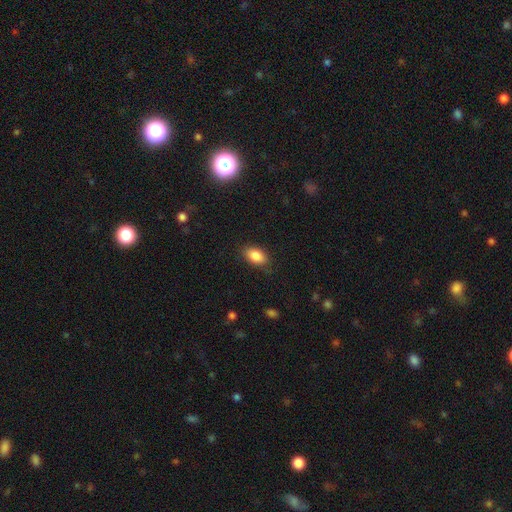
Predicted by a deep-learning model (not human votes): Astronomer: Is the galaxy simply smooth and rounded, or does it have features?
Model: smooth — 86%.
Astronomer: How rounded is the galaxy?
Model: in between — 90%.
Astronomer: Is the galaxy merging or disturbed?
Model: none — 83%.